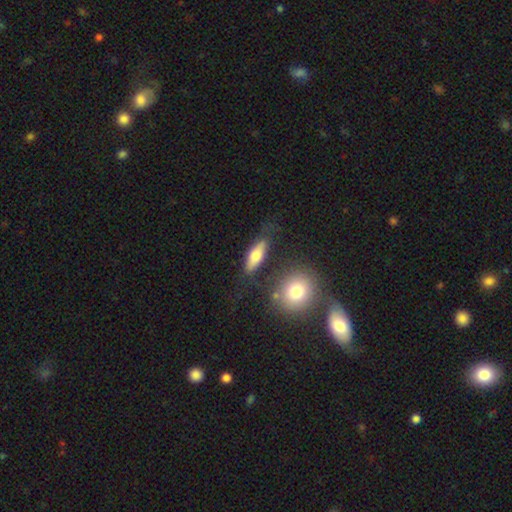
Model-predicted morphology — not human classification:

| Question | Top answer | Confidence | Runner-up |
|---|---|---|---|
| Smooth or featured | smooth | 63% | featured or disk (30%) |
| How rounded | in between | 56% | cigar-shaped (40%) |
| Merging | none | 72% | minor disturbance (16%) |